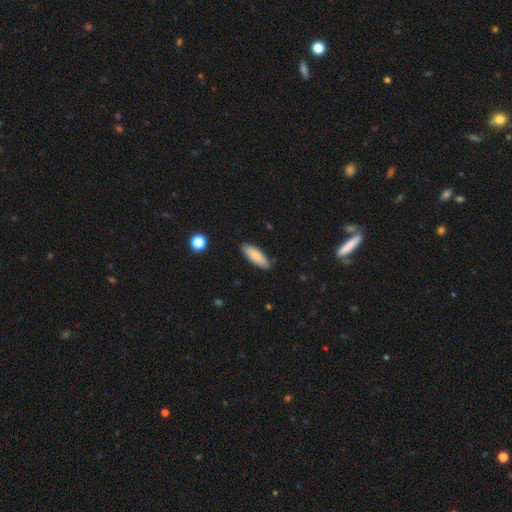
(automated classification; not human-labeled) Smooth or featured? Predicted: smooth (p=0.84). How rounded? Predicted: in between (p=0.58). Merging? Predicted: none (p=0.88).